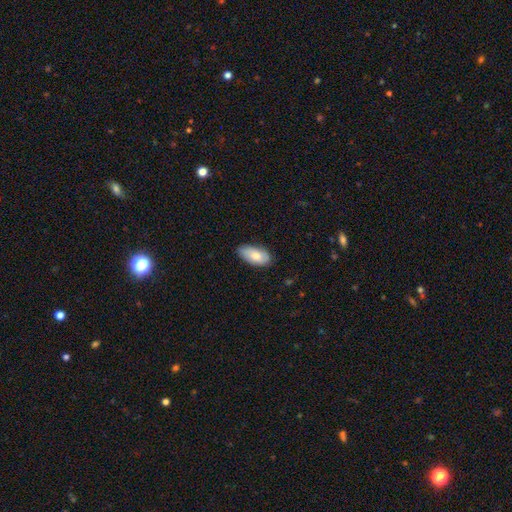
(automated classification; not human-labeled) Overall: smooth (77%). How rounded: in between (92%). Merging: none (77%).